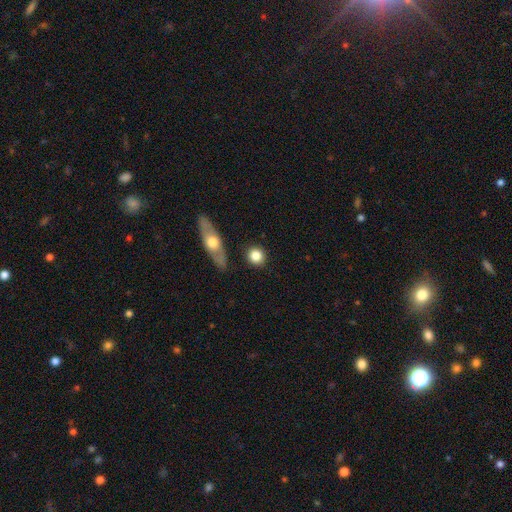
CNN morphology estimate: Smooth or featured: smooth — 80% (featured or disk — 13%)
How rounded: round — 84% (in between — 13%)
Merging: none — 86% (minor disturbance — 8%)